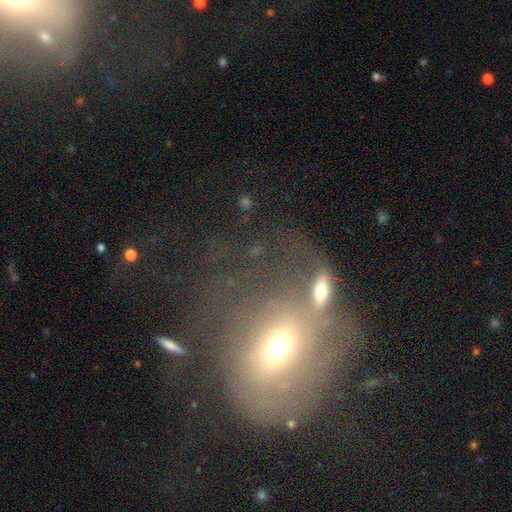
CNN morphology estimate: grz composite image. It shows a featured or disk galaxy (41%). Merging: none (32%, tied with major disturbance).